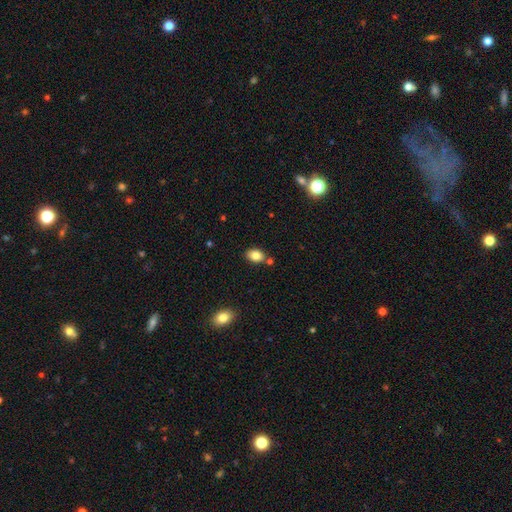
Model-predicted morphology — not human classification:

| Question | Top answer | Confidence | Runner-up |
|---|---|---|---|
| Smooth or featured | smooth | 83% | star or artifact (9%) |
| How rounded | in between | 82% | round (17%) |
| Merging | none | 77% | minor disturbance (12%) |